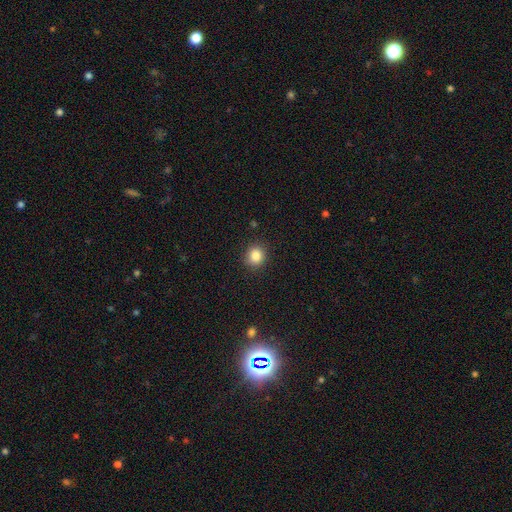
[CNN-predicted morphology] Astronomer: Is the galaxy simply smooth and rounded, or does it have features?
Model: smooth — 85%.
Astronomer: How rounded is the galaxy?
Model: round — 84%.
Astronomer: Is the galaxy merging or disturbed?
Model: none — 89%.